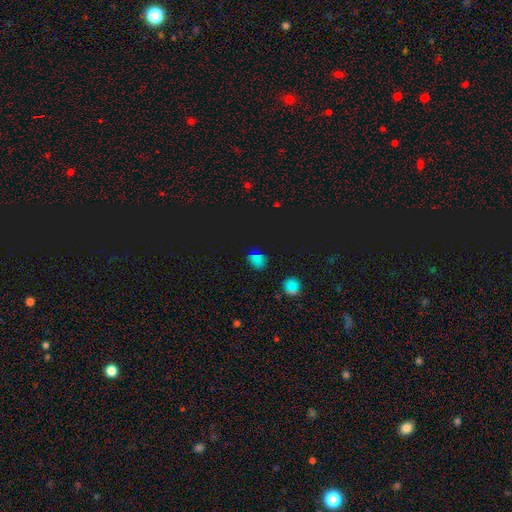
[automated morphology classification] A smooth galaxy with no disk features (50%). Merging: none (75%).